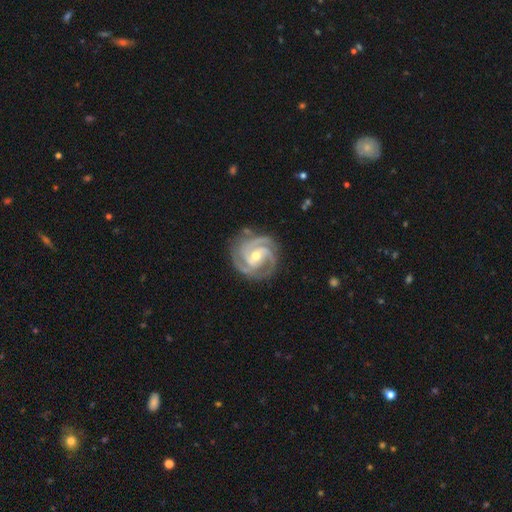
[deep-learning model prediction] A featured or disk galaxy (93%) with no bar (43%), 3 (66%) tight (65%) spiral arms (99%) and a moderate central bulge (59%). Merging: none (80%).